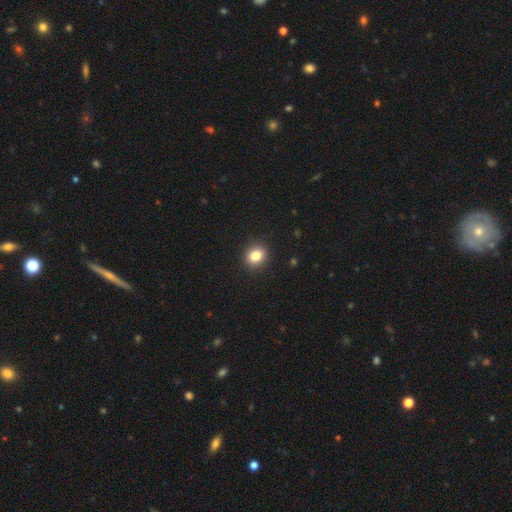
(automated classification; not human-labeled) smooth 83%, star or artifact 10%, featured or disk 6%. Down the decision tree: how rounded — round (69%); merging — none (92%).